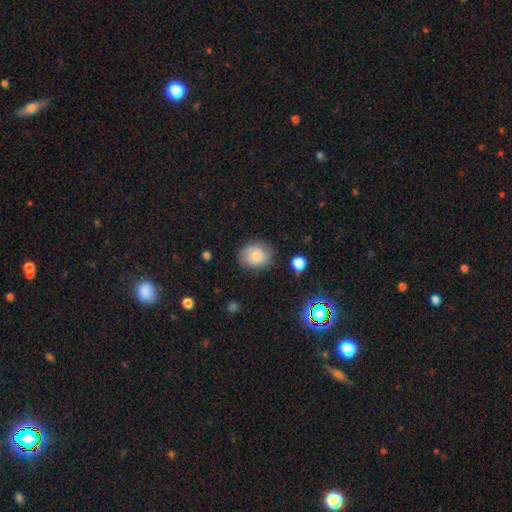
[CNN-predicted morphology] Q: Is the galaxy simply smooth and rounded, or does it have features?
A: smooth — 77%.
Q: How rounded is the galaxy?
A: round — 60%.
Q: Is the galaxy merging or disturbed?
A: none — 74%.